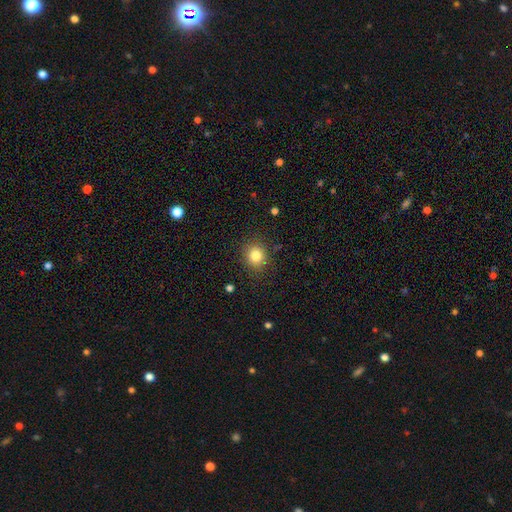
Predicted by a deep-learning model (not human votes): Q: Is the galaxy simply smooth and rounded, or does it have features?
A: smooth — 82%.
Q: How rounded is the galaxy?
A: round — 85%.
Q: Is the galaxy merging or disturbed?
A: none — 87%.